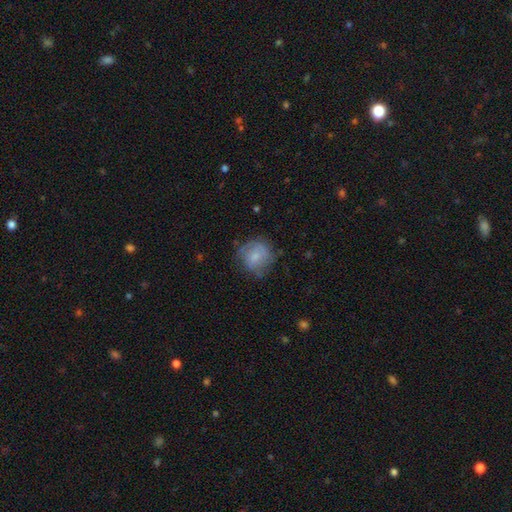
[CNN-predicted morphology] smooth 63%, featured or disk 29%, star or artifact 8%. Down the decision tree: how rounded — round (83%); merging — none (62%).